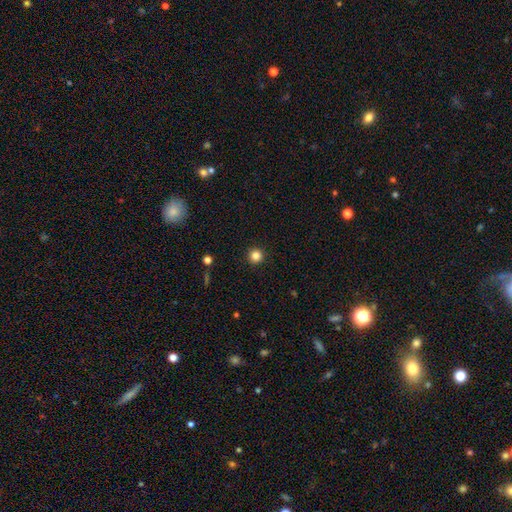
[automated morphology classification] A smooth galaxy with no disk features (84%) that is round (96%). Merging: none (93%).